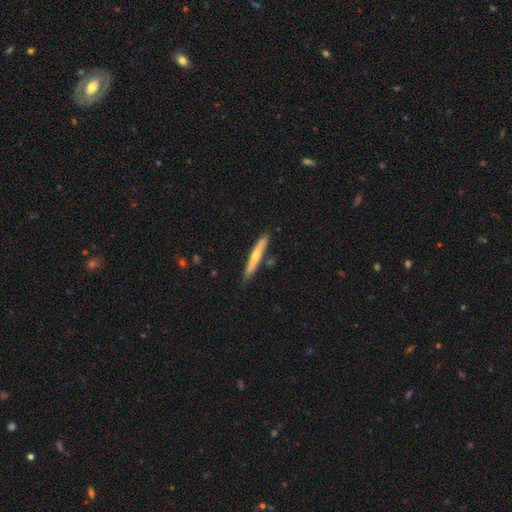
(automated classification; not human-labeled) smooth 56%, featured or disk 38%, star or artifact 5%. Down the decision tree: how rounded — cigar-shaped (94%); merging — none (83%).